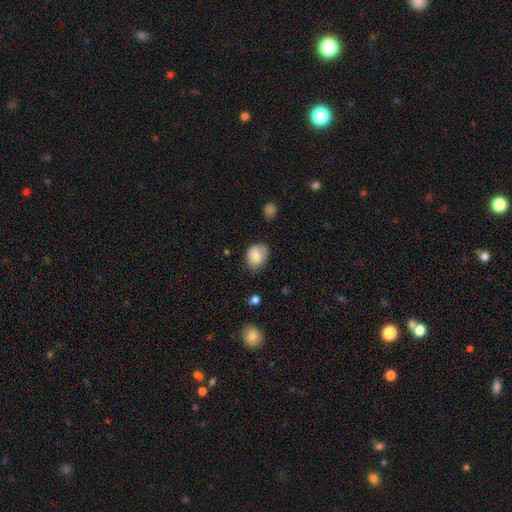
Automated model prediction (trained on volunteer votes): Overall: smooth (81%). How rounded: in between (51%; round 48%). Merging: none (62%; minor disturbance 30%).